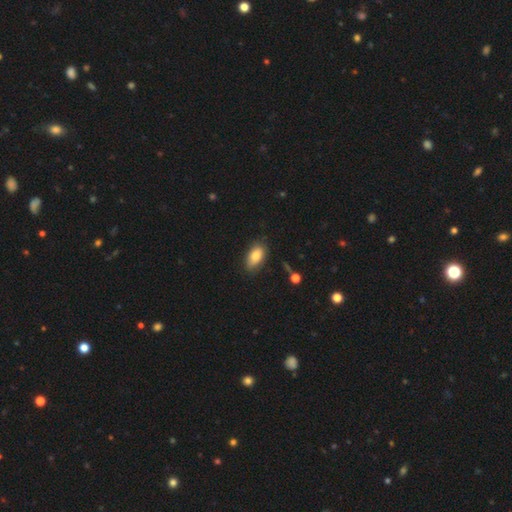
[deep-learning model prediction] smooth 83%, featured or disk 10%, star or artifact 7%. Down the decision tree: how rounded — in between (91%); merging — none (77%).